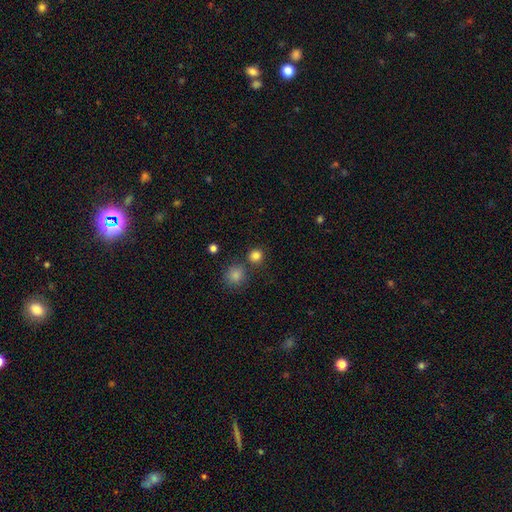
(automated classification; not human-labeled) Q: Smooth or featured?
A: smooth (83%); runner-up: star or artifact (13%)
Q: How rounded?
A: round (91%); runner-up: in between (8%)
Q: Merging?
A: none (77%); runner-up: merger (12%)